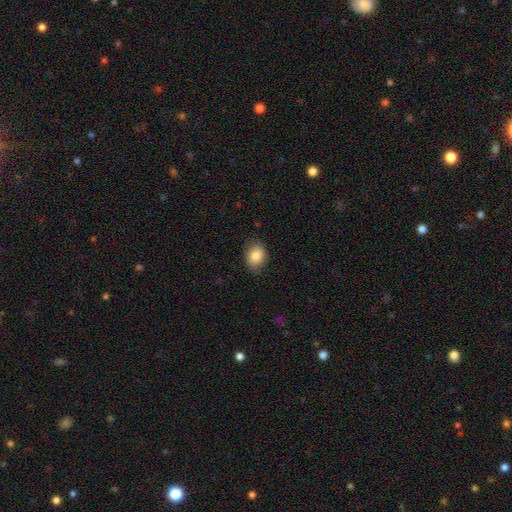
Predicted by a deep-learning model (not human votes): Smooth or featured? smooth (86%)
How rounded? in between (66%)
Merging? none (81%)